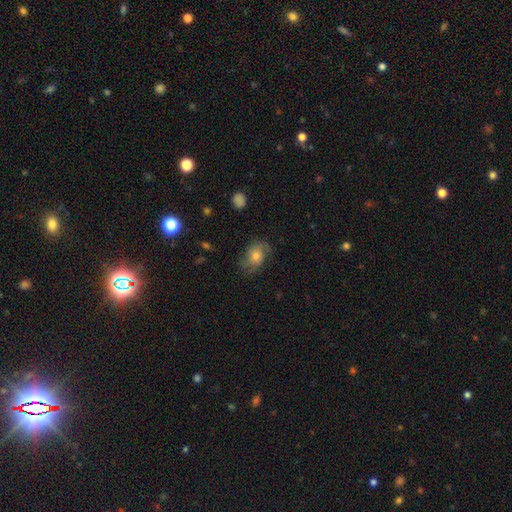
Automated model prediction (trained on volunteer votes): The model was most divided on "smooth or featured": featured or disk: 47%, smooth: 42%, star or artifact: 12%. More confident: merging — none (66%).